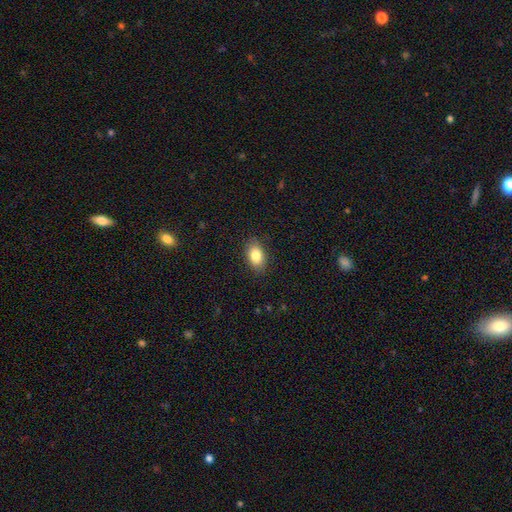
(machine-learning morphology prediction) Smooth or featured: smooth — 83% (featured or disk — 9%)
How rounded: in between — 89% (round — 10%)
Merging: none — 87% (minor disturbance — 10%)